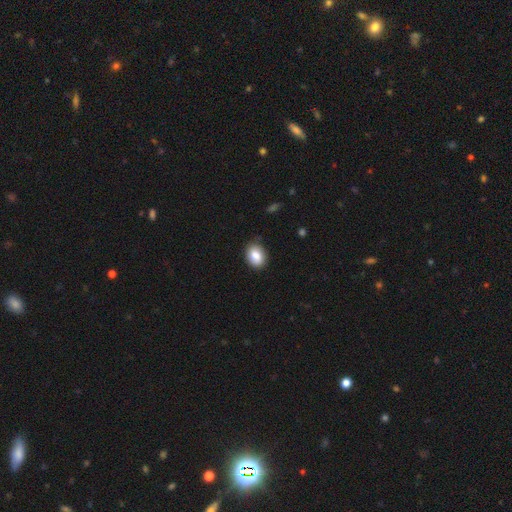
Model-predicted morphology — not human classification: Smooth or featured: smooth — 85% (star or artifact — 7%)
How rounded: in between — 70% (round — 29%)
Merging: none — 82% (minor disturbance — 15%)